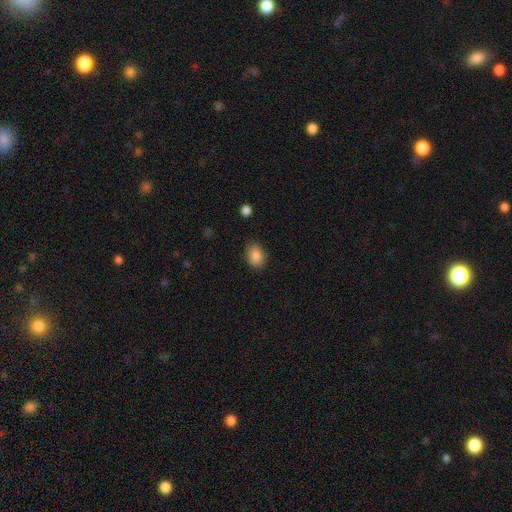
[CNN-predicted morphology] A smooth galaxy with no disk features (87%) that is in between round and cigar-shaped (71%). Merging: none (84%).